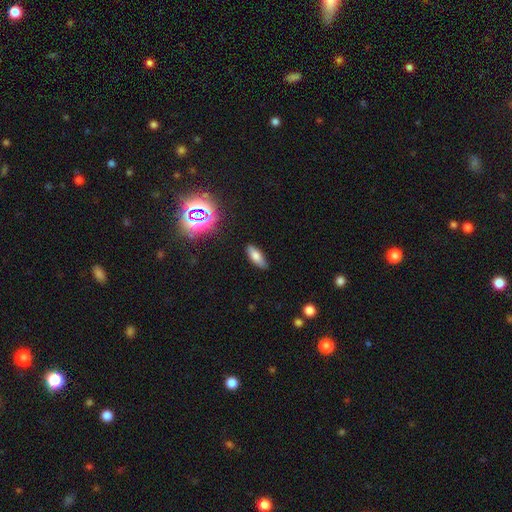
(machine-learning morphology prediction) Smooth or featured: smooth — 72% (featured or disk — 16%)
How rounded: in between — 69% (cigar-shaped — 28%)
Merging: none — 86% (minor disturbance — 11%)